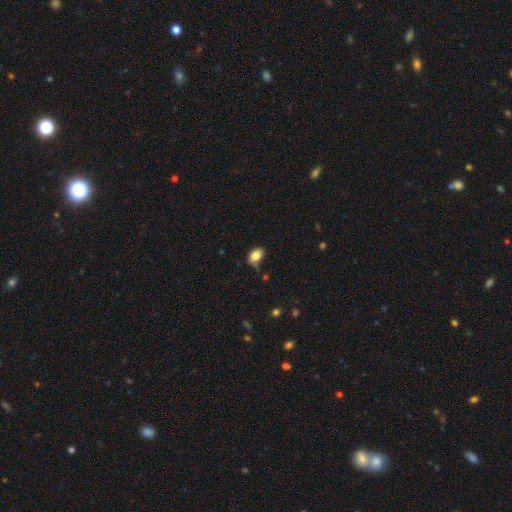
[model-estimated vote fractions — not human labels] Smooth or featured? Predicted: smooth (p=0.83). How rounded? Predicted: in between (p=0.83). Merging? Predicted: none (p=0.60).